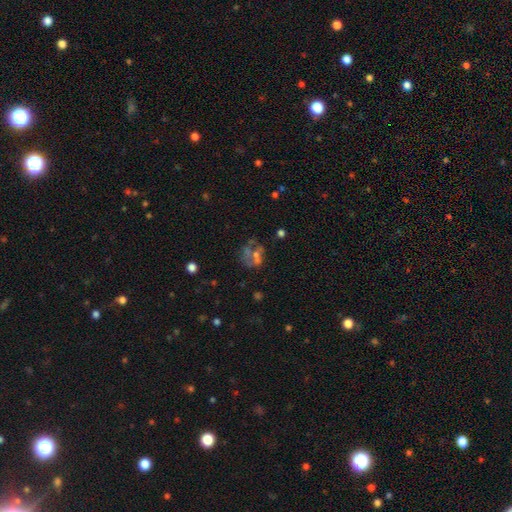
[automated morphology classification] This is possibly a featured or disk galaxy (48%). Merging: marginally none (39%).